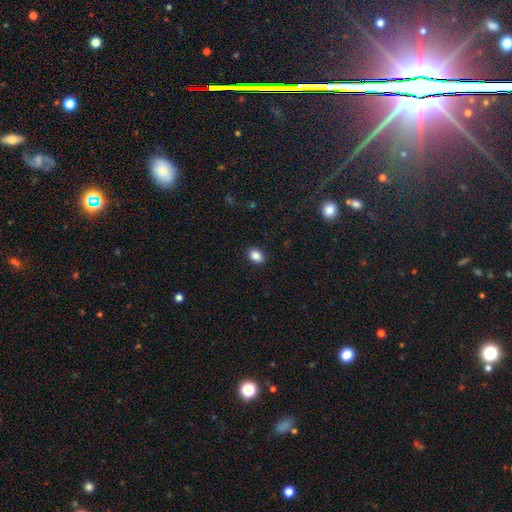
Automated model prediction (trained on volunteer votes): A smooth galaxy with no disk features (87%) that is in between round and cigar-shaped (64%). Merging: none (90%).